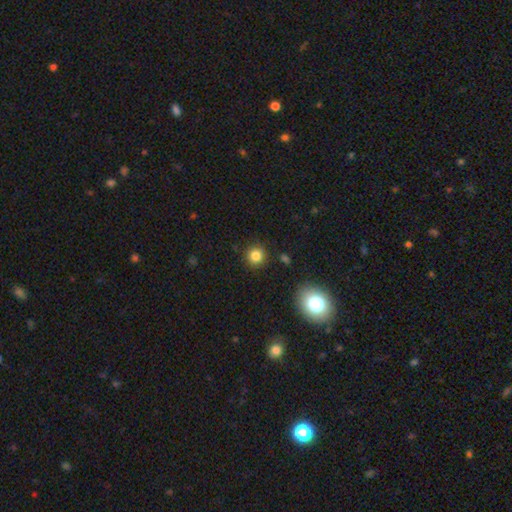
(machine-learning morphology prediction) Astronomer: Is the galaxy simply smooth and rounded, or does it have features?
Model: smooth — 82%.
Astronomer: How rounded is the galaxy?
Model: round — 93%.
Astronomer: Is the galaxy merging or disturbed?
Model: none — 89%.